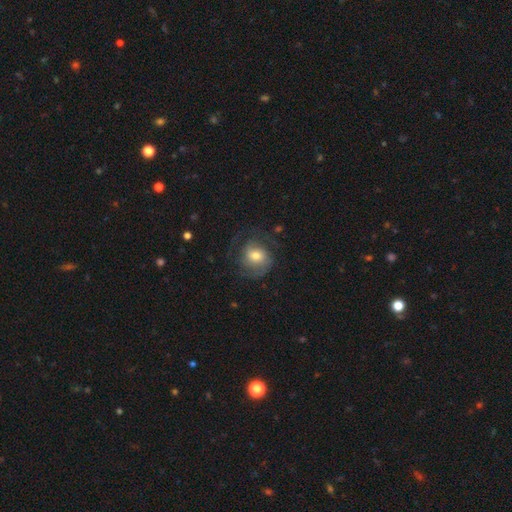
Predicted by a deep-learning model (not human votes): Morphology: type=featured or disk (56%); edge-on=no (97%); bar=no (66%); spiral arms=yes (85%); bulge=moderate (63%); merging=none (60%).